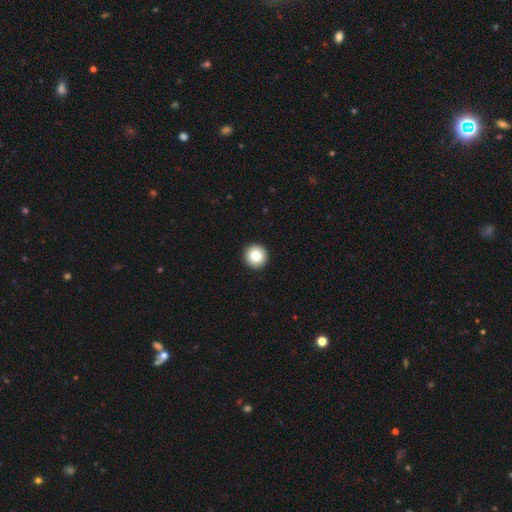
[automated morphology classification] A smooth galaxy with no disk features (81%) that is round (97%). Merging: none (94%).